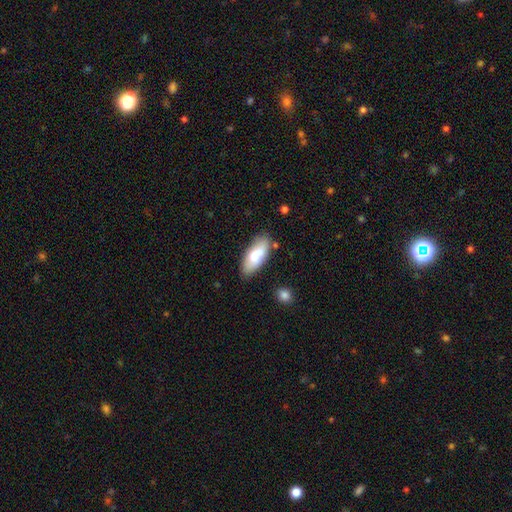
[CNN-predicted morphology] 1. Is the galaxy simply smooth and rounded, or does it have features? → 70% smooth, 24% featured or disk, 6% star or artifact.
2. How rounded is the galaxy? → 80% in between, 18% cigar-shaped, 2% round.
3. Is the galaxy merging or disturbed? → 72% none, 18% minor disturbance, 6% merger, 4% major disturbance.